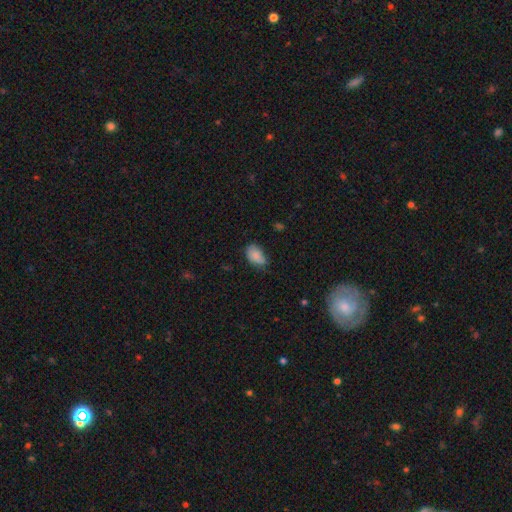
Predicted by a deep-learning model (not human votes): Q: Smooth or featured?
A: smooth (85%); runner-up: star or artifact (9%)
Q: How rounded?
A: in between (88%); runner-up: round (10%)
Q: Merging?
A: none (58%); runner-up: minor disturbance (34%)